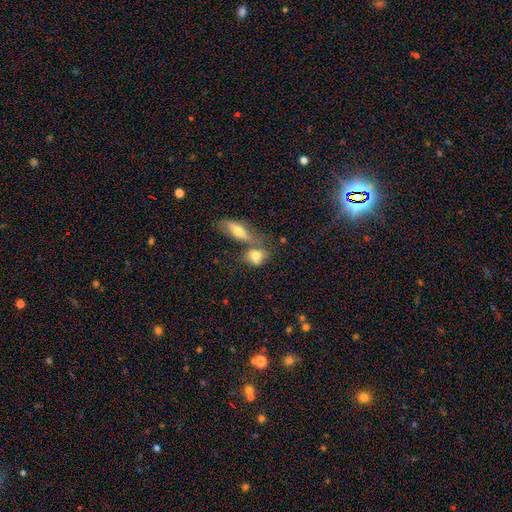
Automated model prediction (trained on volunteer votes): smooth 72%, featured or disk 19%, star or artifact 9%. Down the decision tree: how rounded — in between (60%); merging — merger (50%).